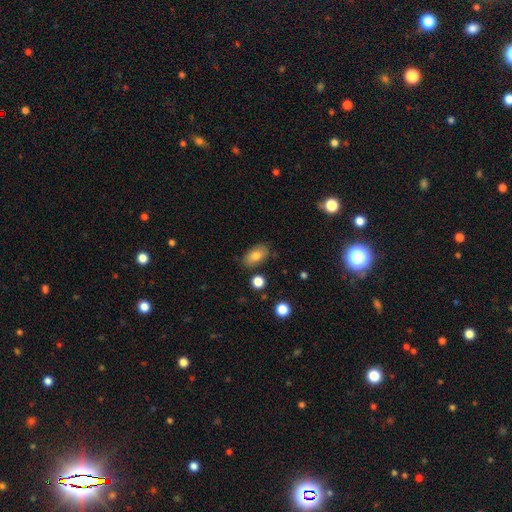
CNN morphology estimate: smooth_or_featured: smooth (p=0.79) [alt: featured or disk p=0.12]
how_rounded: in between (p=0.90) [alt: round p=0.07]
merging: none (p=0.79) [alt: minor disturbance p=0.14]